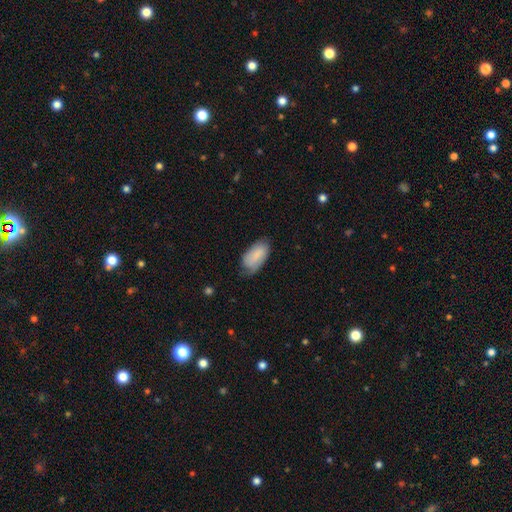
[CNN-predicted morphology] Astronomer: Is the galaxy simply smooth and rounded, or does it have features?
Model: smooth — 77%.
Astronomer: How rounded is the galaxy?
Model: in between — 93%.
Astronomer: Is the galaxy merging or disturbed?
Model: none — 56% (runner-up: minor disturbance, 34%).